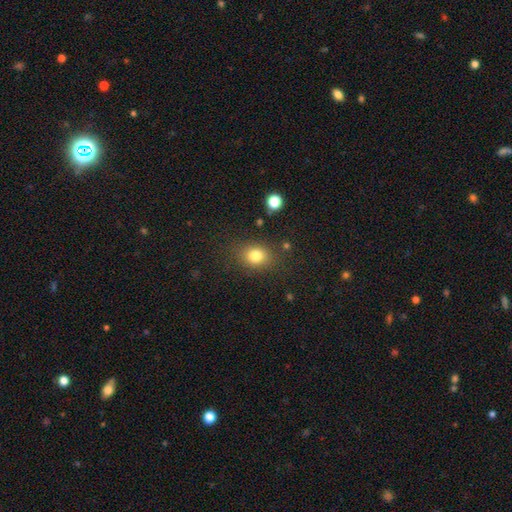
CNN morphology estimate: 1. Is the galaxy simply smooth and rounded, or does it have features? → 80% smooth, 12% star or artifact, 7% featured or disk.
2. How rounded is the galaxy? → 55% round, 44% in between, 1% cigar-shaped.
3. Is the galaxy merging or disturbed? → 81% none, 12% minor disturbance, 4% major disturbance, 3% merger.